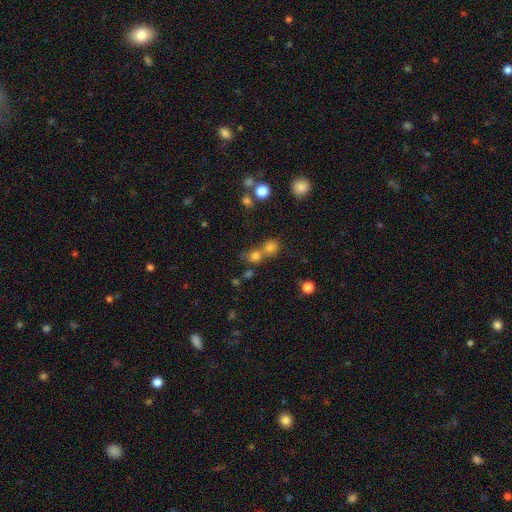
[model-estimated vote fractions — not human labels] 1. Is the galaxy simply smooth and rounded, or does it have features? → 53% smooth, 35% star or artifact, 12% featured or disk.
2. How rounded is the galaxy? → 80% round, 18% in between, 3% cigar-shaped.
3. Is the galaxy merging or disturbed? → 47% none, 41% merger, 7% minor disturbance, 5% major disturbance.